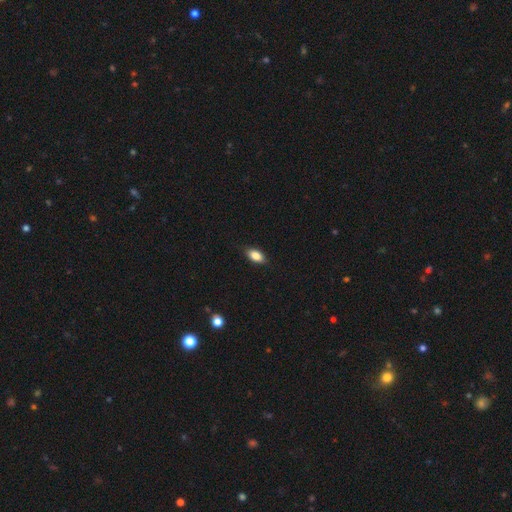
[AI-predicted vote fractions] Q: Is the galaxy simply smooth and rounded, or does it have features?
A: smooth — 83%.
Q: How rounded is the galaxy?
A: in between — 88%.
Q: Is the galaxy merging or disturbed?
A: none — 85%.